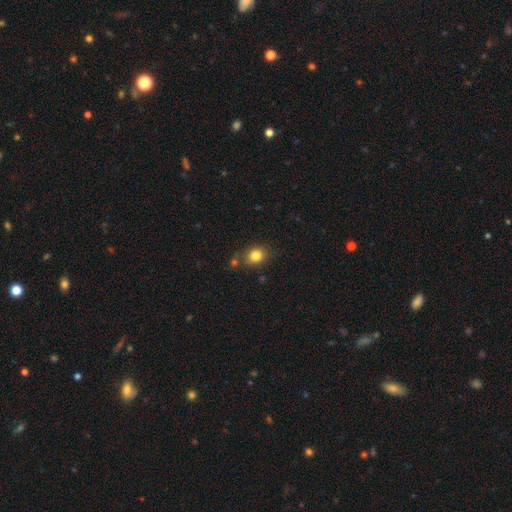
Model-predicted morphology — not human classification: type=smooth (82%); roundness=round (61%); merging=none (73%).